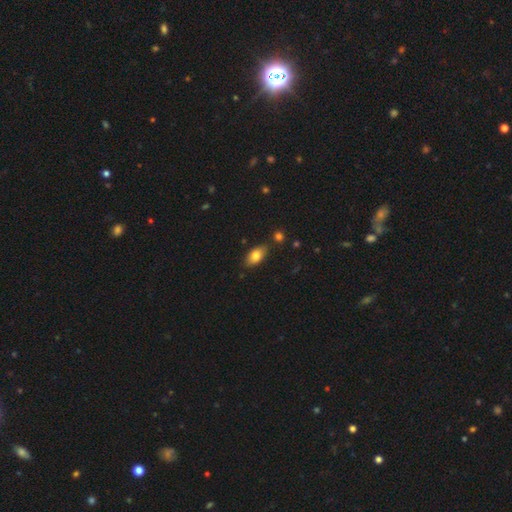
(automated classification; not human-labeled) Smooth or featured?
  - smooth: 79% *
  - featured or disk: 13%
  - star or artifact: 8%
How rounded?
  - in between: 90% *
  - round: 6%
  - cigar-shaped: 5%
Merging?
  - none: 79% *
  - minor disturbance: 13%
  - merger: 5%
  - major disturbance: 3%